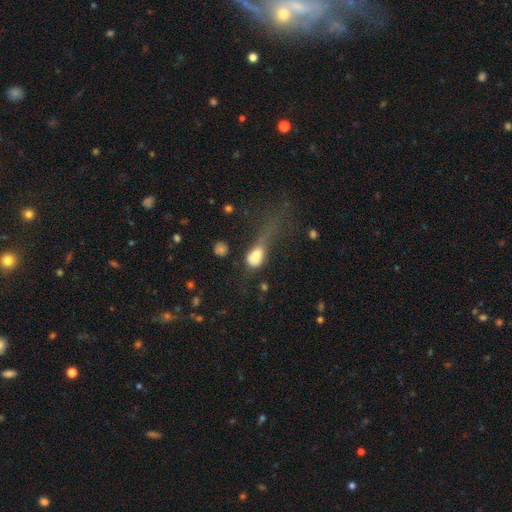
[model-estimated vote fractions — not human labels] Morphology: type=smooth (72%); roundness=in between (74%); merging=major disturbance (60%).